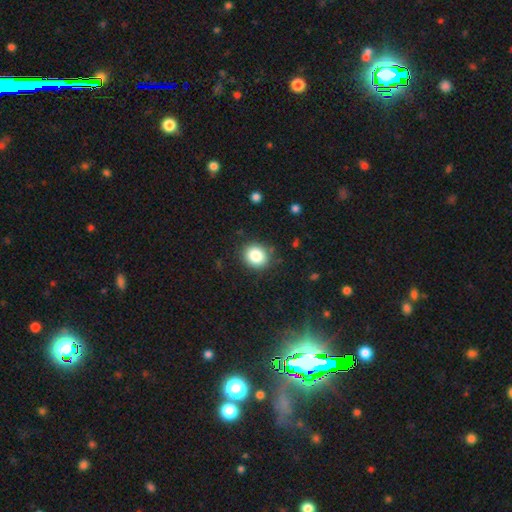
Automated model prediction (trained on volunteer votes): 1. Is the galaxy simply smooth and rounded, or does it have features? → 85% smooth, 10% star or artifact, 6% featured or disk.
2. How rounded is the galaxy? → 77% round, 22% in between, 1% cigar-shaped.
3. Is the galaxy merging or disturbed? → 88% none, 8% minor disturbance, 3% major disturbance, 1% merger.